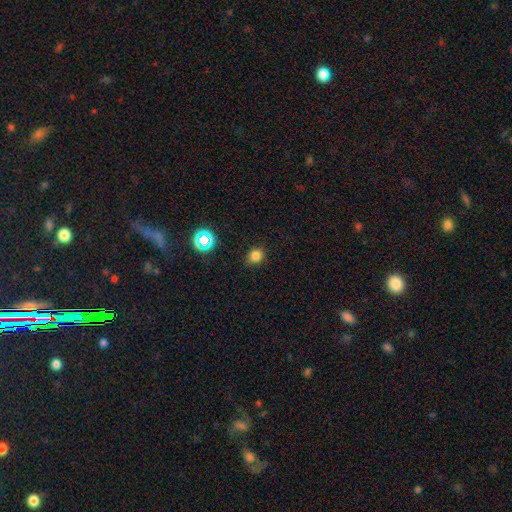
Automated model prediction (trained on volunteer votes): Smooth or featured? Predicted: smooth (p=0.79). How rounded? Predicted: round (p=0.77). Merging? Predicted: none (p=0.85).